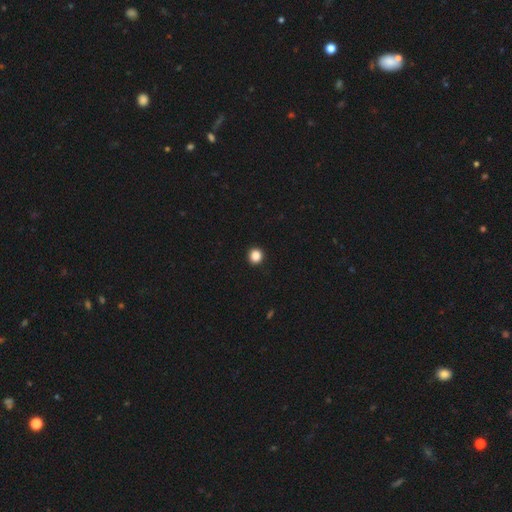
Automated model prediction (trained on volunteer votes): smooth 87%, star or artifact 10%, featured or disk 2%. Down the decision tree: how rounded — round (90%); merging — none (92%).